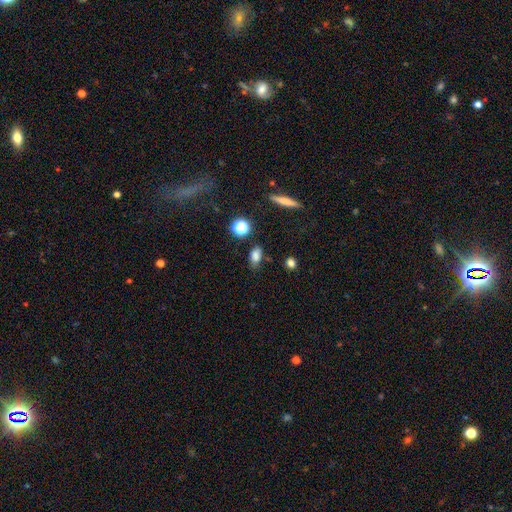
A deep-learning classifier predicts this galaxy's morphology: Overall: smooth (79%). How rounded: in between (78%). Merging: none (71%).